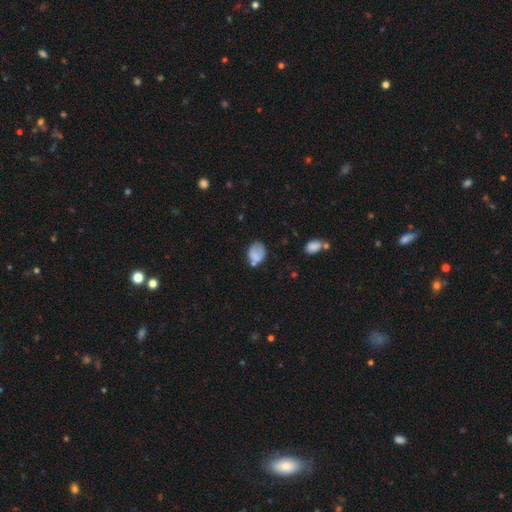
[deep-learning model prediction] This appears to be a smooth galaxy with no disk features (76%) that is in between round and cigar-shaped (58%). Merging: none (50%).